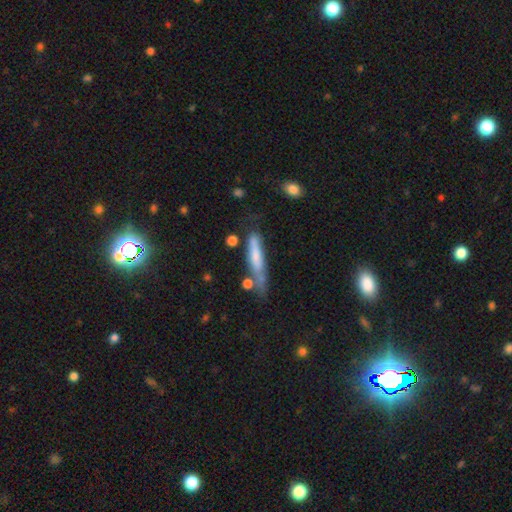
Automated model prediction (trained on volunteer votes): This appears to be a smooth galaxy with no disk features (61%) that is cigar-shaped (85%). Merging: none (47%).